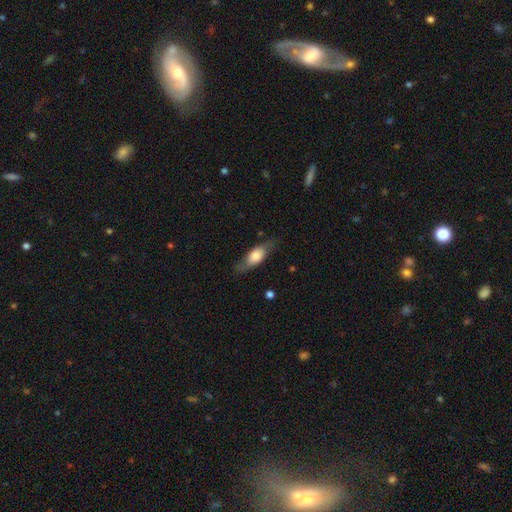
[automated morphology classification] smooth 61%, featured or disk 33%, star or artifact 6%. Down the decision tree: how rounded — in between (74%); merging — none (70%).